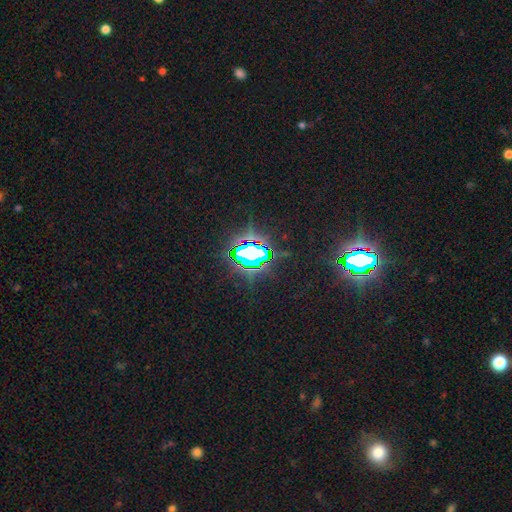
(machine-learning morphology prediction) smooth-or-featured: star or artifact: 80% | smooth: 11% | featured or disk: 9%